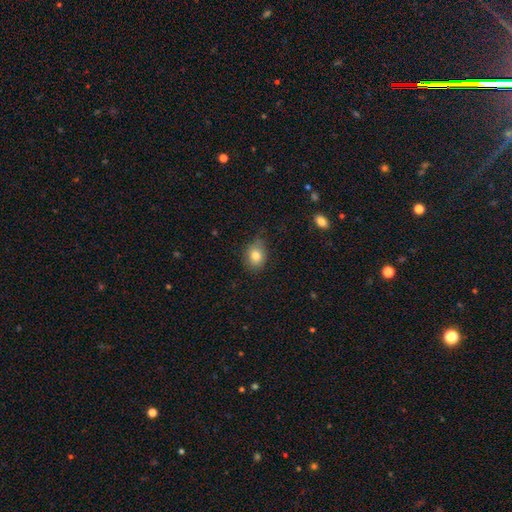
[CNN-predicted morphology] A smooth galaxy with no disk features (80%) that is round (52%).

Vote fractions:
- Smooth or featured? smooth: 80% / star or artifact: 10% / featured or disk: 9%
- How rounded? round: 52% / in between: 47% / cigar-shaped: 1%
- Merging? none: 71% / minor disturbance: 23% / major disturbance: 5% / merger: 1%